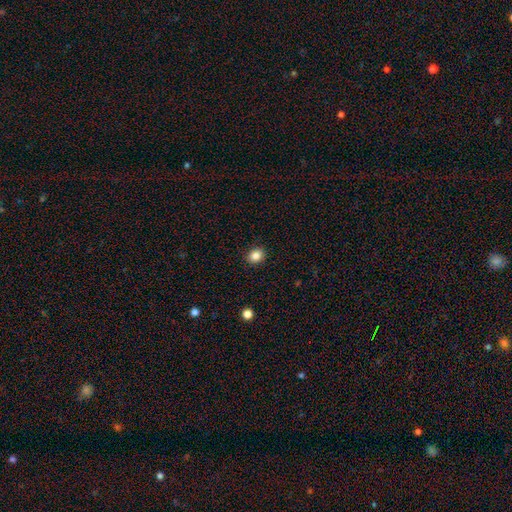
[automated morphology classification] Smooth or featured: smooth — 86% (star or artifact — 10%)
How rounded: round — 58% (in between — 42%)
Merging: none — 91% (minor disturbance — 7%)